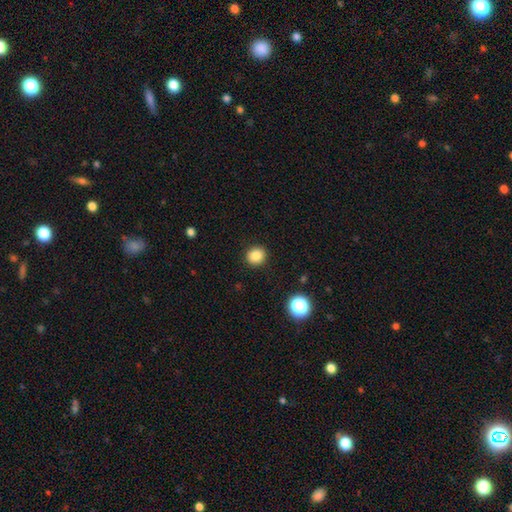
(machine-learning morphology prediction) Q: Smooth or featured?
A: smooth (85%); runner-up: star or artifact (11%)
Q: How rounded?
A: round (83%); runner-up: in between (16%)
Q: Merging?
A: none (91%); runner-up: minor disturbance (6%)